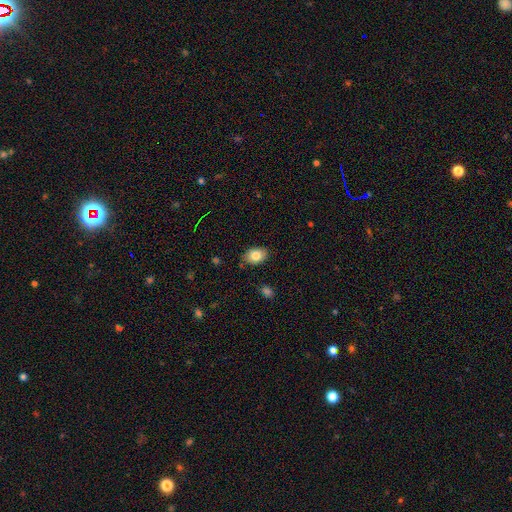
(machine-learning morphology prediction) This is clearly a smooth galaxy (83%). How rounded: clearly in between (81%). Merging: clearly none (84%).